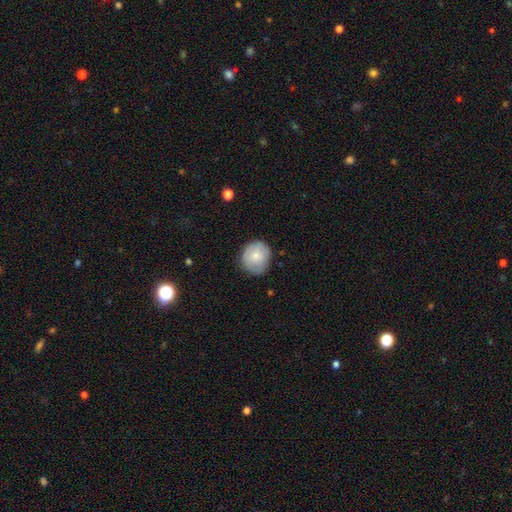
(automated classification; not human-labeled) Smooth or featured: smooth — 74% (featured or disk — 20%)
How rounded: round — 84% (in between — 15%)
Merging: none — 78% (minor disturbance — 17%)